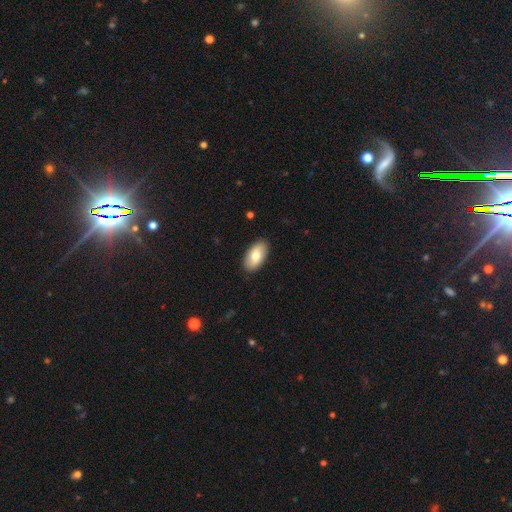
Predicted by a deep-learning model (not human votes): Smooth or featured?
  - smooth: 74% *
  - featured or disk: 20%
  - star or artifact: 6%
How rounded?
  - in between: 94% *
  - round: 3%
  - cigar-shaped: 3%
Merging?
  - none: 89% *
  - minor disturbance: 8%
  - major disturbance: 2%
  - merger: 1%